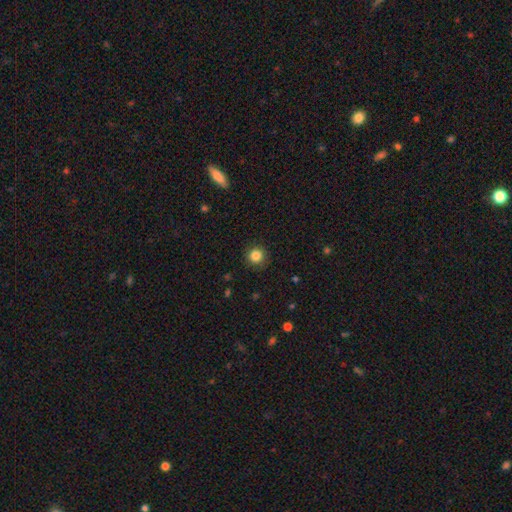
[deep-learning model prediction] Smooth or featured: smooth — 84% (star or artifact — 11%)
How rounded: round — 94% (in between — 5%)
Merging: none — 91% (minor disturbance — 6%)